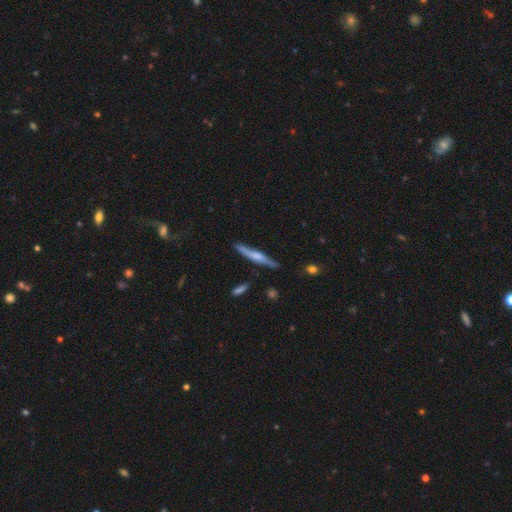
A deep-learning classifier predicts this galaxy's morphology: Smooth or featured? featured or disk (56%)
Edge-on disk? yes (91%)
Edge-on bulge? rounded (61%)
Merging? none (75%)